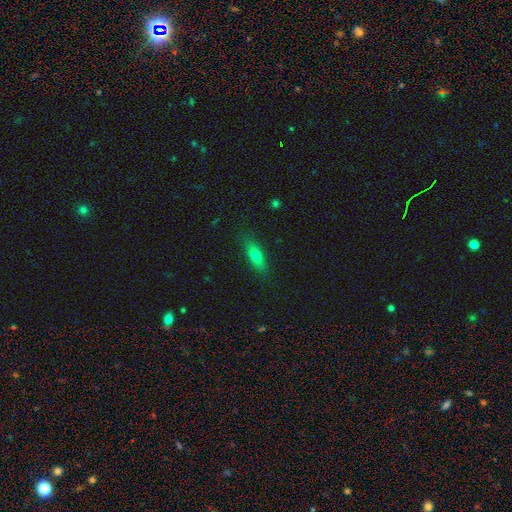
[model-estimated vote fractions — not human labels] smooth_or_featured: smooth (p=0.71) [alt: featured or disk p=0.21]
how_rounded: in between (p=0.49) [alt: cigar-shaped p=0.48]
merging: none (p=0.84) [alt: minor disturbance p=0.12]